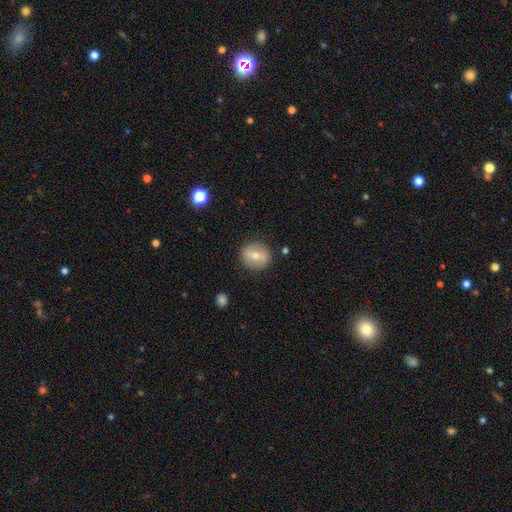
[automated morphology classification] Smooth or featured?
  - smooth: 59% *
  - featured or disk: 34%
  - star or artifact: 8%
How rounded?
  - round: 84% *
  - in between: 14%
  - cigar-shaped: 1%
Merging?
  - none: 86% *
  - minor disturbance: 10%
  - major disturbance: 3%
  - merger: 2%